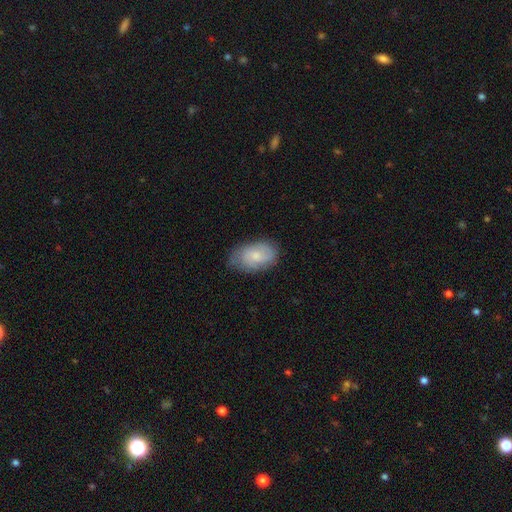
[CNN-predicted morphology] smooth 53%, featured or disk 40%, star or artifact 7%. Down the decision tree: how rounded — in between (91%); merging — none (70%).